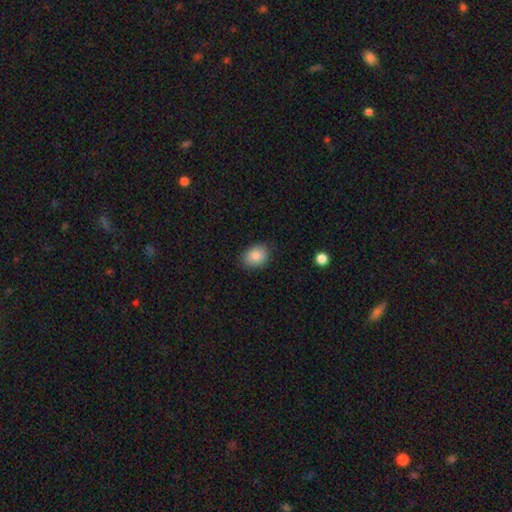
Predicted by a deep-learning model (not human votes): Smooth or featured? smooth (86%)
How rounded? in between (66%)
Merging? none (83%)